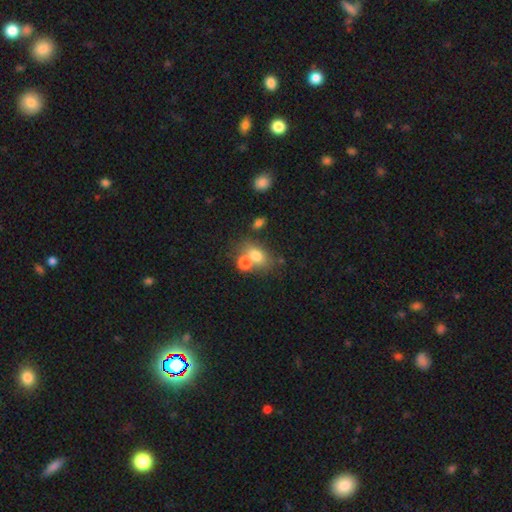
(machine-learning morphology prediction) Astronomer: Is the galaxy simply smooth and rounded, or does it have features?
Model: smooth — 74%.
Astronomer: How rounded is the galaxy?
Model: in between — 70%.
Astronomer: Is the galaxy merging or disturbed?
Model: merger — 47% (runner-up: none, 38%).